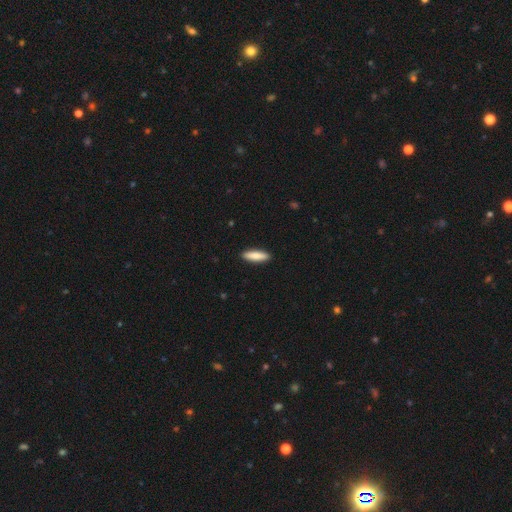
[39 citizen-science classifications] Smooth or featured? 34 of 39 (87%) said smooth. How rounded? 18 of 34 (53%) said cigar-shaped. Merging? 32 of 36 (89%) said none.